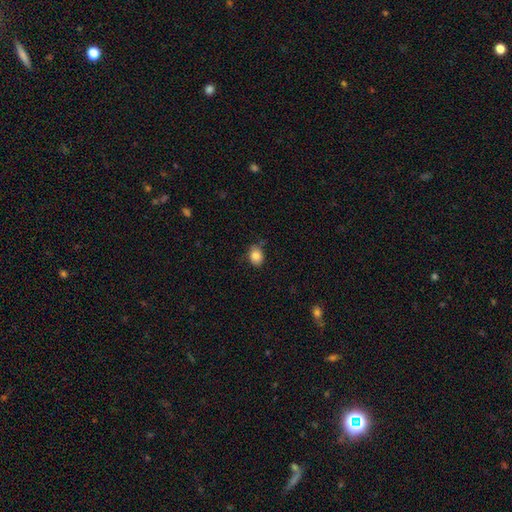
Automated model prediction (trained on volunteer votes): This appears to be a smooth galaxy with no disk features (85%) that is in between round and cigar-shaped (55%). Merging: none (69%).